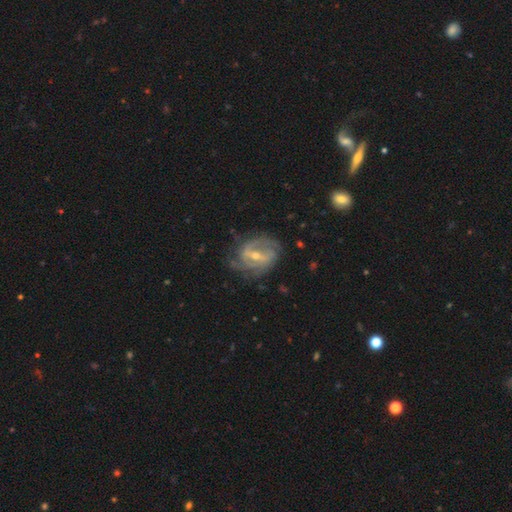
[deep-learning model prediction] Q: Smooth or featured?
A: featured or disk (84%); runner-up: smooth (9%)
Q: Edge-on disk?
A: no (96%); runner-up: yes (4%)
Q: Bar?
A: weak (43%); runner-up: strong (42%)
Q: Spiral arms?
A: yes (92%); runner-up: no (8%)
Q: Spiral winding?
A: medium (43%); runner-up: tight (38%)
Q: Spiral arm count?
A: 2 (52%); runner-up: can't tell (21%)
Q: Bulge size?
A: small (52%); runner-up: moderate (44%)
Q: Merging?
A: none (66%); runner-up: minor disturbance (21%)